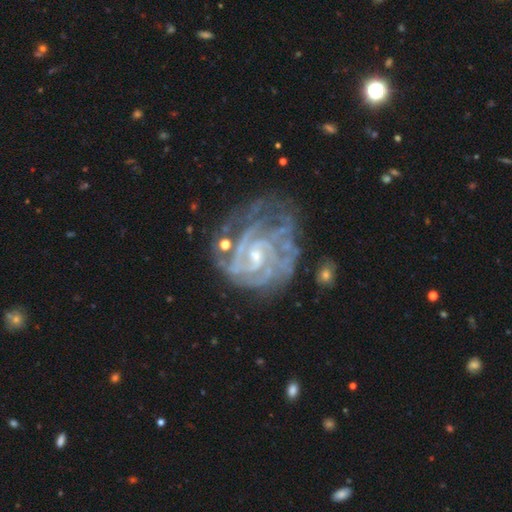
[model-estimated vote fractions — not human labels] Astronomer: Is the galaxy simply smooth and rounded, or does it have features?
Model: featured or disk — 89%.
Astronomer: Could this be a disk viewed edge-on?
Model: no — 98%.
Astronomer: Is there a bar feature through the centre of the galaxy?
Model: no — 44% (runner-up: weak, 43%).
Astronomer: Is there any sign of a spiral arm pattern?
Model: yes — 97%.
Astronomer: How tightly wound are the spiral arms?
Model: tight — 68%.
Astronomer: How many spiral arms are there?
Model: can't tell — 26% (runner-up: 2, 25%).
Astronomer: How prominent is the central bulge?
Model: small — 65%.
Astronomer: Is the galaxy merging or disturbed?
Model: none — 51%.